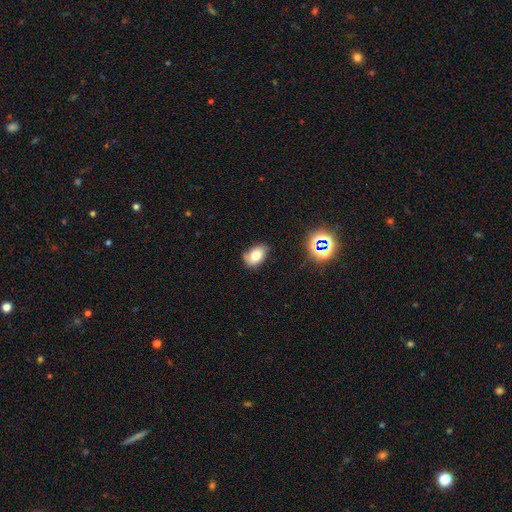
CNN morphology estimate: This appears to be a smooth galaxy with no disk features (73%) that is in between round and cigar-shaped (82%). Merging: none (70%).